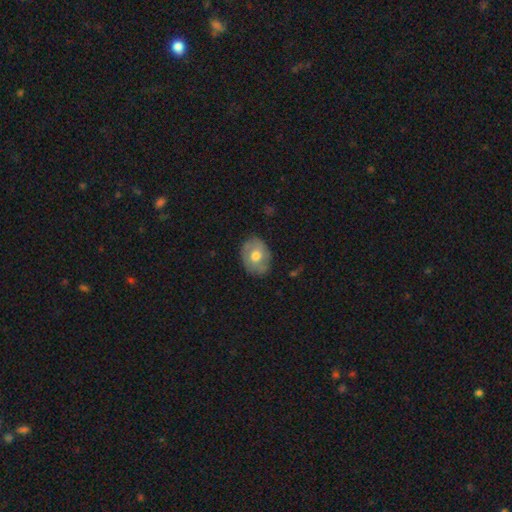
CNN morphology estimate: Smooth or featured: smooth — 55% (featured or disk — 38%)
How rounded: in between — 62% (round — 37%)
Merging: none — 79% (minor disturbance — 16%)